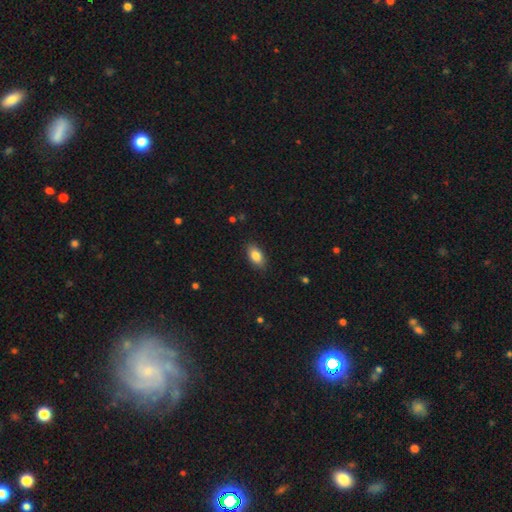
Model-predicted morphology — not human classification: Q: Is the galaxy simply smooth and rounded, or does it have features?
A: smooth — 84%.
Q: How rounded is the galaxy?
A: in between — 91%.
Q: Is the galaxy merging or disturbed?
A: none — 87%.